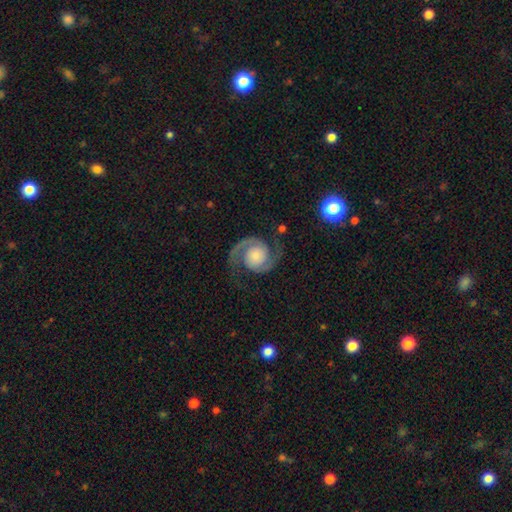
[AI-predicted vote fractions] smooth_or_featured: featured or disk (p=0.92) [alt: star or artifact p=0.04]
disk_edge_on: no (p=0.98) [alt: yes p=0.02]
bar: no (p=0.77) [alt: weak p=0.17]
has_spiral_arms: yes (p=0.98) [alt: no p=0.02]
spiral_winding: medium (p=0.55) [alt: tight p=0.27]
spiral_arm_count: 2 (p=0.95) [alt: can't tell p=0.01]
bulge_size: small (p=0.36) [alt: moderate p=0.29]
merging: none (p=0.80) [alt: minor disturbance p=0.12]